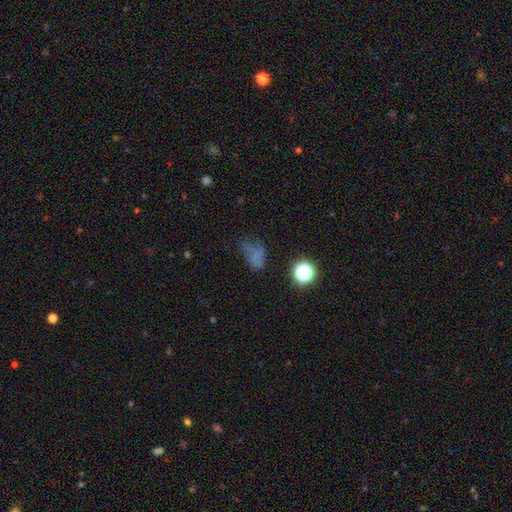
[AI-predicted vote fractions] Smooth or featured: smooth — 49% (star or artifact — 29%)
Merging: none — 41% (major disturbance — 29%)